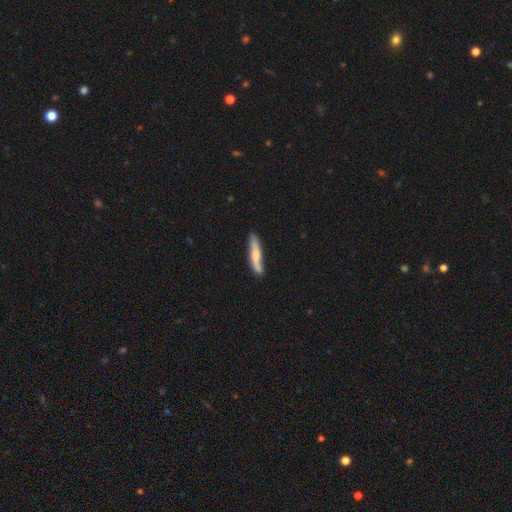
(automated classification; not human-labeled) Overall: smooth (51%; featured or disk 43%). How rounded: cigar-shaped (86%). Merging: none (76%).